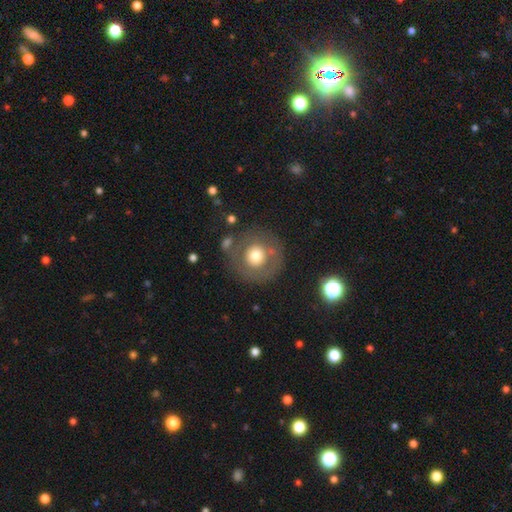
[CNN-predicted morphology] type=smooth (60%); roundness=round (94%); merging=none (75%).